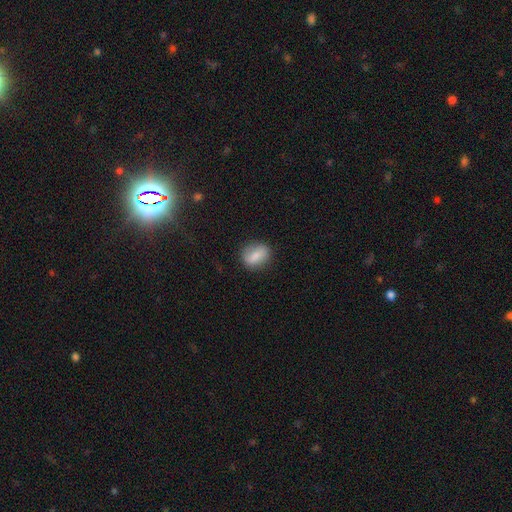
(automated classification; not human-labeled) This appears to be a smooth galaxy with no disk features (77%) that is in between round and cigar-shaped (58%). Merging: none (80%).